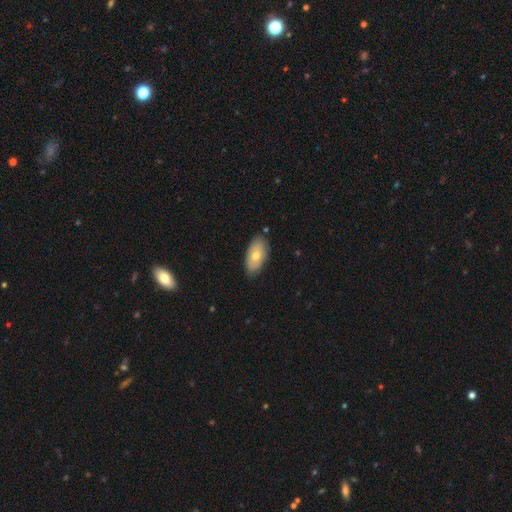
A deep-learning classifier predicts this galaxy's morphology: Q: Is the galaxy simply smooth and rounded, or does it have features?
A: smooth — 65%.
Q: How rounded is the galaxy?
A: in between — 92%.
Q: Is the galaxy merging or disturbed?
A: none — 84%.